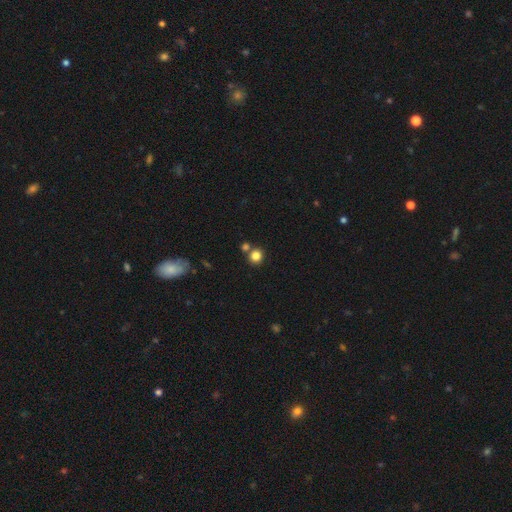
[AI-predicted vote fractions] This appears to be a smooth galaxy with no disk features (83%) that is round (88%). Merging: none (70%).